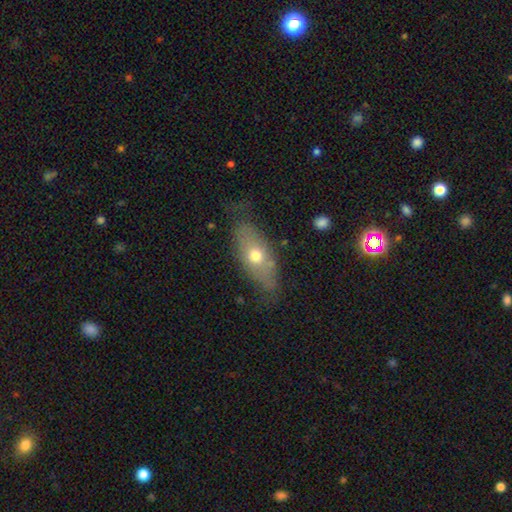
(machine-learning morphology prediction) A smooth galaxy with no disk features (58%) that is in between round and cigar-shaped (78%).

Vote fractions:
- Smooth or featured? smooth: 58% / featured or disk: 33% / star or artifact: 9%
- How rounded? in between: 78% / cigar-shaped: 15% / round: 7%
- Merging? none: 66% / minor disturbance: 21% / major disturbance: 10% / merger: 2%